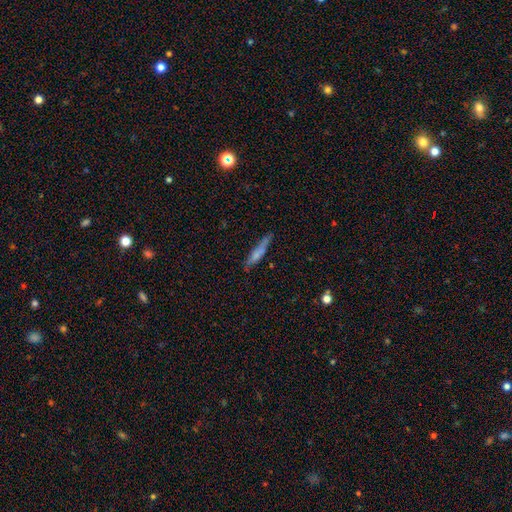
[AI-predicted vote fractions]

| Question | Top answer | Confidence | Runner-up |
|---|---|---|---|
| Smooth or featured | smooth | 54% | featured or disk (36%) |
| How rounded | cigar-shaped | 90% | in between (8%) |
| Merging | none | 73% | minor disturbance (20%) |